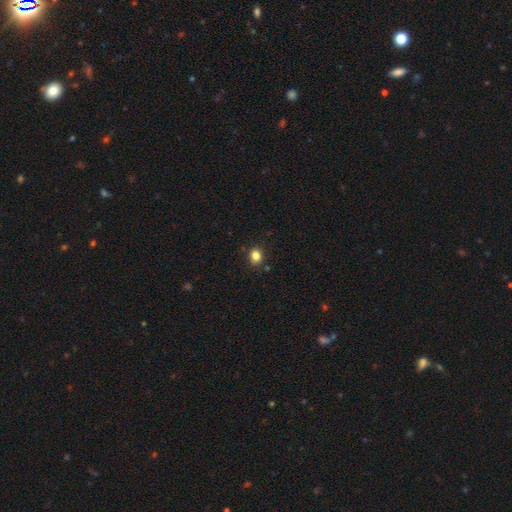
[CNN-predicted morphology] Q: Smooth or featured?
A: smooth (83%); runner-up: star or artifact (12%)
Q: How rounded?
A: round (60%); runner-up: in between (39%)
Q: Merging?
A: none (85%); runner-up: minor disturbance (10%)